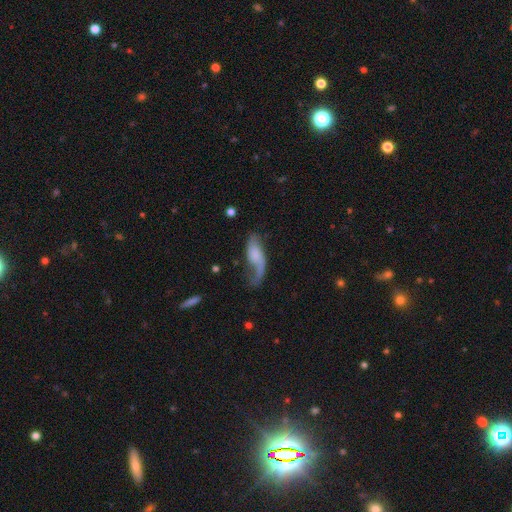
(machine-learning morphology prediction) Smooth or featured? featured or disk (62%)
Edge-on disk? no (90%)
Bar? no (64%)
Spiral arms? yes (88%)
Bulge size? none (38%)
Merging? none (40%)